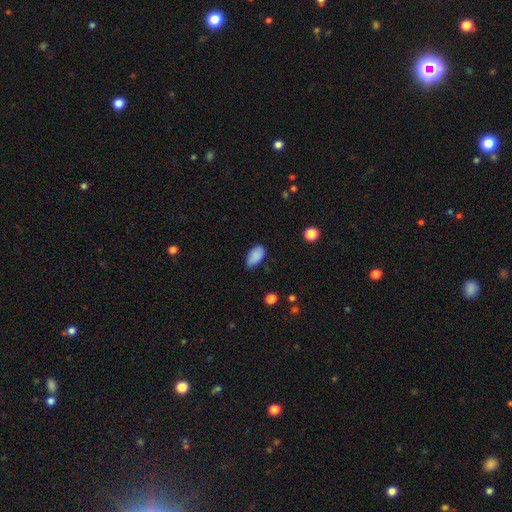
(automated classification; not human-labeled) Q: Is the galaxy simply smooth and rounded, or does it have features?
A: smooth — 87%.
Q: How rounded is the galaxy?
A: in between — 94%.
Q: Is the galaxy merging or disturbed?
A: none — 70%.